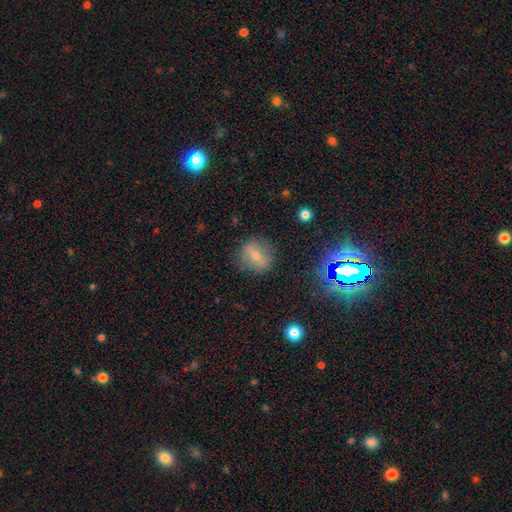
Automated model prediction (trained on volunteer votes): smooth 55%, featured or disk 30%, star or artifact 15%. Down the decision tree: how rounded — round (79%); merging — none (83%).